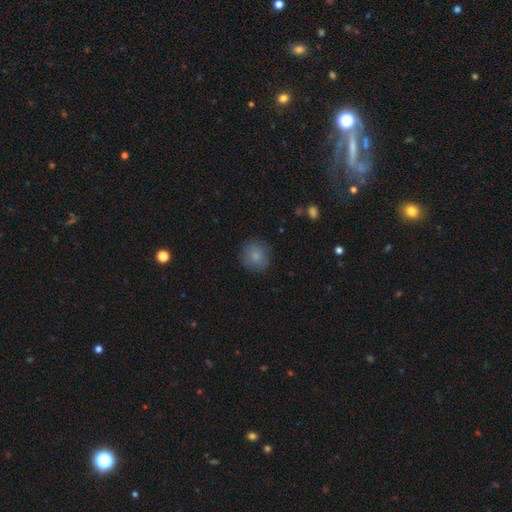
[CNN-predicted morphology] type=smooth (84%); roundness=round (89%); merging=none (84%).